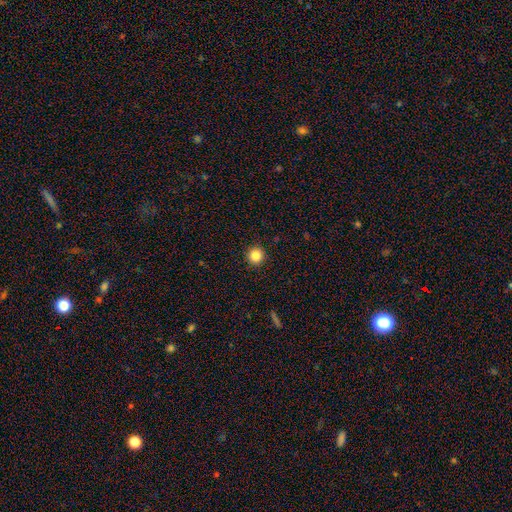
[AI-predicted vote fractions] Overall: smooth (84%). How rounded: round (95%). Merging: none (93%).